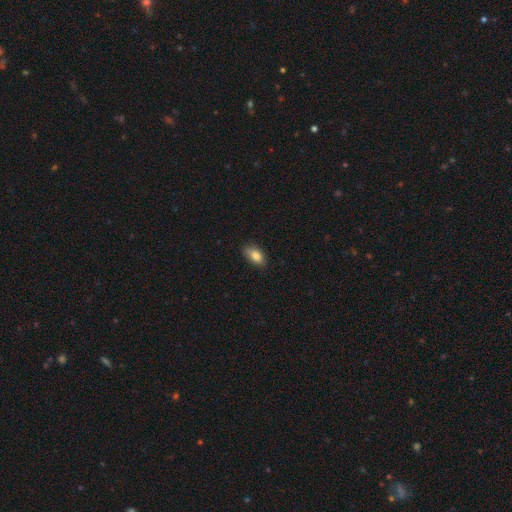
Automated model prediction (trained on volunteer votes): Morphology: type=smooth (85%); roundness=in between (89%); merging=none (80%).